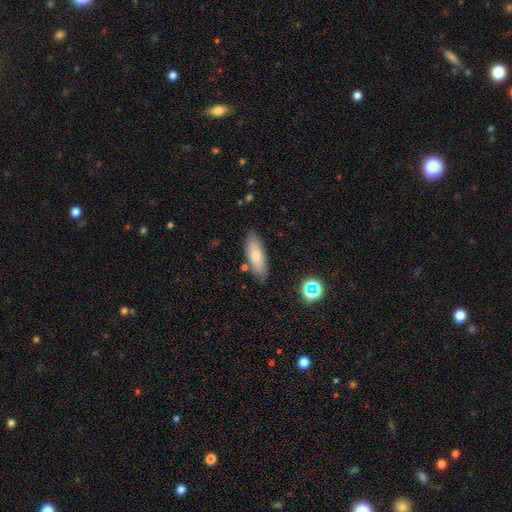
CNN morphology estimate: Smooth or featured? smooth (64%)
How rounded? in between (62%)
Merging? none (83%)